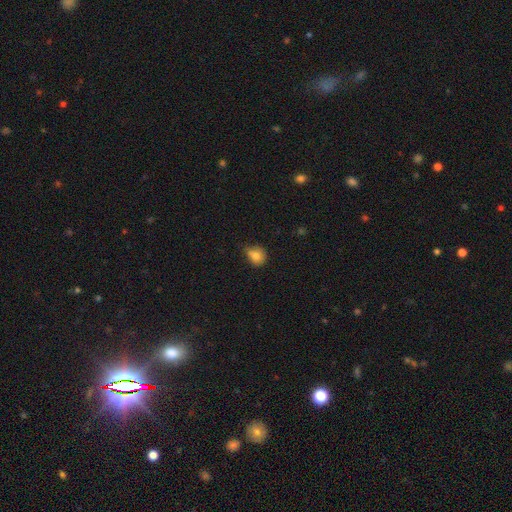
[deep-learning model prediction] A smooth galaxy with no disk features (78%) that is round (73%). Merging: none (51%).